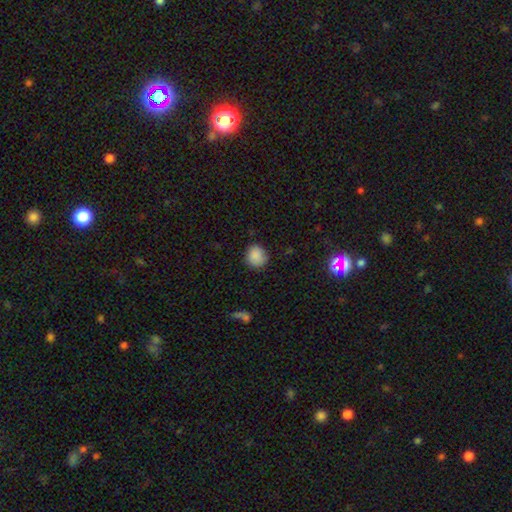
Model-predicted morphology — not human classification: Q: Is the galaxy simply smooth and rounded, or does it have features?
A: smooth — 87%.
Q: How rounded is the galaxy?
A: round — 85%.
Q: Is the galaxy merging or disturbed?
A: none — 81%.